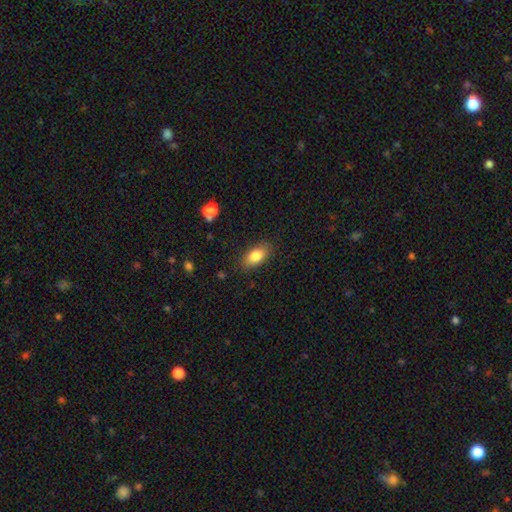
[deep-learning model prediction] smooth 83%, featured or disk 9%, star or artifact 8%. Down the decision tree: how rounded — in between (89%); merging — none (84%).